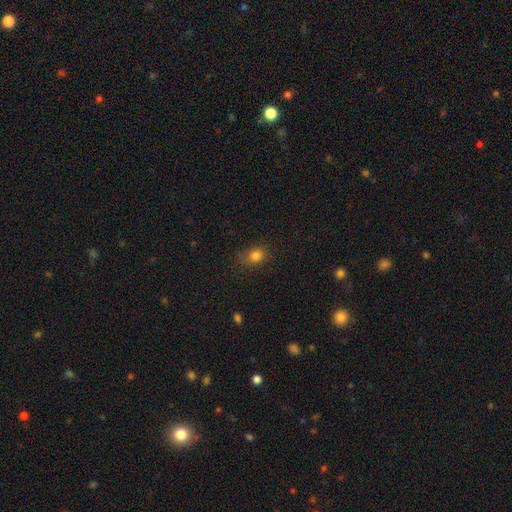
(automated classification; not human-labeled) This appears to be a smooth galaxy with no disk features (81%) that is round (58%). Merging: none (73%).